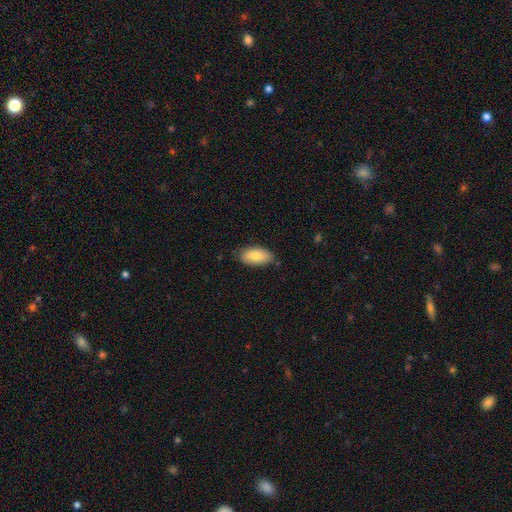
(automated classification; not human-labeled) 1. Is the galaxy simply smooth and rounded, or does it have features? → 80% smooth, 14% featured or disk, 7% star or artifact.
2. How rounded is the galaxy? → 92% in between, 5% cigar-shaped, 3% round.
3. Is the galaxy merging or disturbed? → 77% none, 19% minor disturbance, 3% major disturbance, 2% merger.